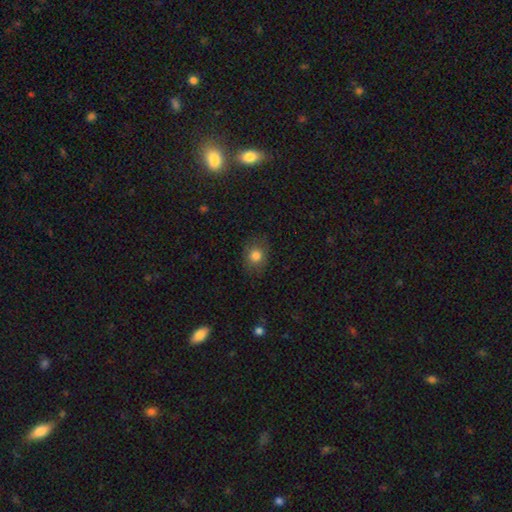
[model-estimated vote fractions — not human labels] A smooth galaxy with no disk features (81%) that is round (58%).

Vote fractions:
- Smooth or featured? smooth: 81% / star or artifact: 11% / featured or disk: 8%
- How rounded? round: 58% / in between: 41% / cigar-shaped: 1%
- Merging? none: 82% / minor disturbance: 13% / major disturbance: 4% / merger: 1%